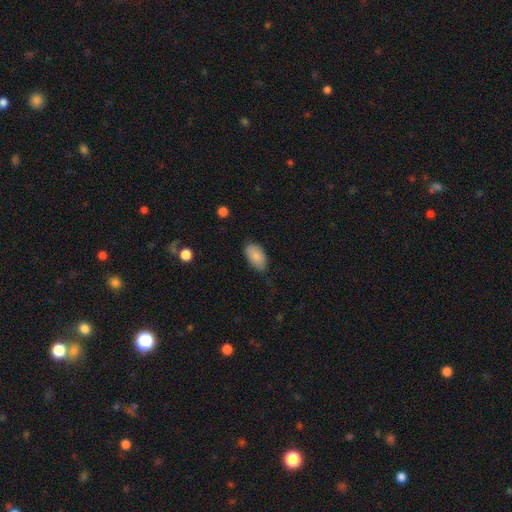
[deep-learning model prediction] A smooth galaxy with no disk features (86%) that is in between round and cigar-shaped (94%). Merging: none (71%).